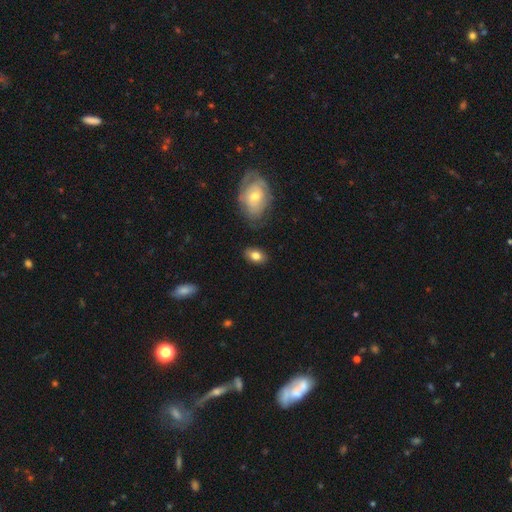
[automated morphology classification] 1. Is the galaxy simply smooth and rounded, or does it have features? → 80% smooth, 12% featured or disk, 8% star or artifact.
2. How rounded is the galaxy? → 84% in between, 14% round, 2% cigar-shaped.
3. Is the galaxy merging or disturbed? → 81% none, 14% minor disturbance, 3% major disturbance, 2% merger.